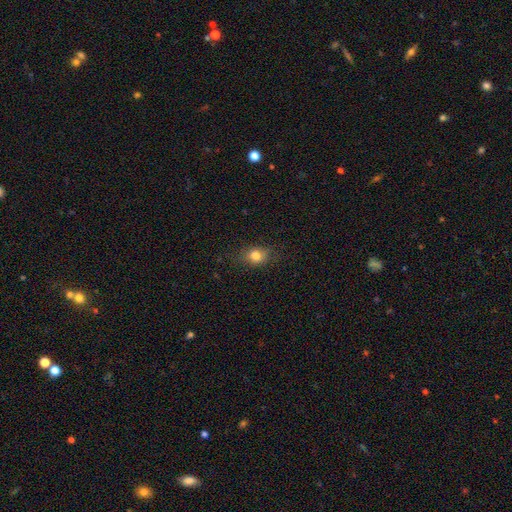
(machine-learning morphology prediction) Q: Smooth or featured?
A: smooth (79%); runner-up: star or artifact (11%)
Q: How rounded?
A: in between (51%); runner-up: round (47%)
Q: Merging?
A: none (79%); runner-up: minor disturbance (16%)